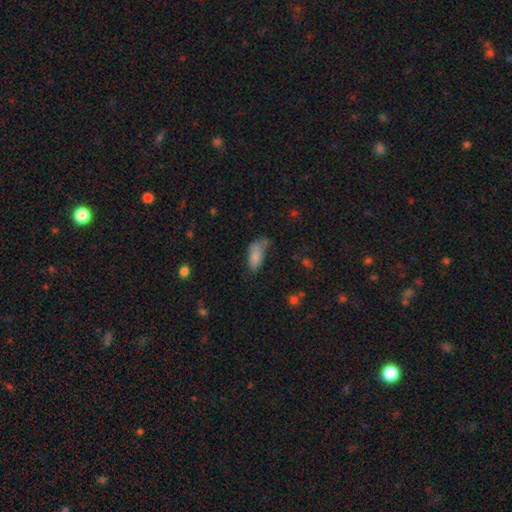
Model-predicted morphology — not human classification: smooth_or_featured: smooth (p=0.77) [alt: featured or disk p=0.14]
how_rounded: in between (p=0.85) [alt: cigar-shaped p=0.12]
merging: none (p=0.36) [alt: minor disturbance p=0.32]